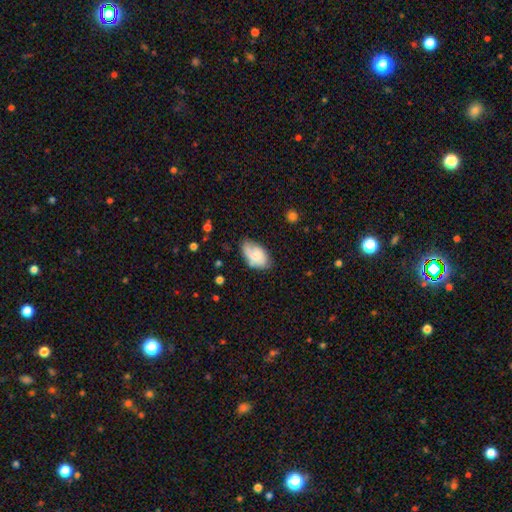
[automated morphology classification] This appears to be a smooth galaxy with no disk features (66%) that is in between round and cigar-shaped (93%). Merging: none (55%).